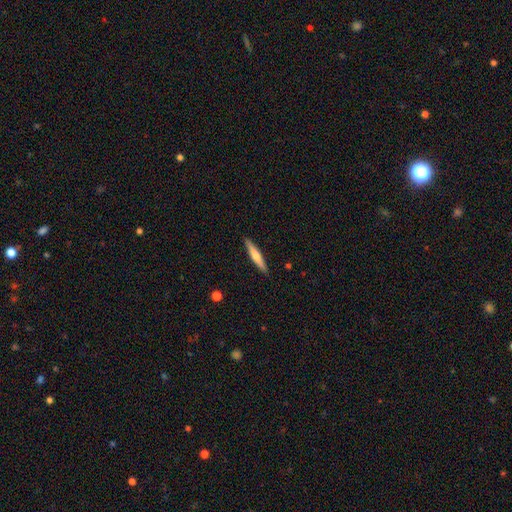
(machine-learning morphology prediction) The model was most divided on "smooth or featured": smooth: 53%, featured or disk: 41%, star or artifact: 5%. More confident: how rounded — cigar-shaped (92%); merging — none (91%).